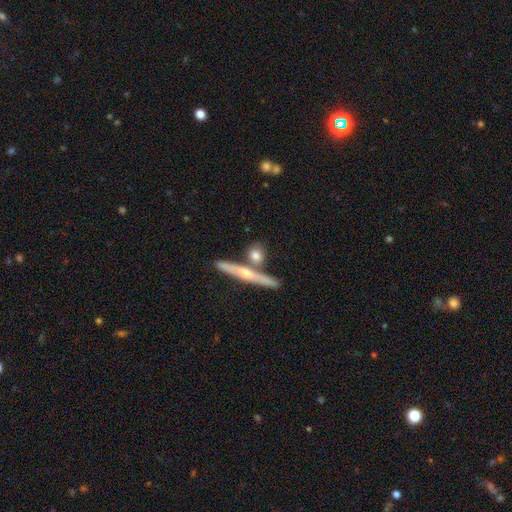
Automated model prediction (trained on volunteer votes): Overall: smooth (63%; featured or disk 31%). How rounded: round (45%; cigar-shaped 38%). Merging: none (68%).